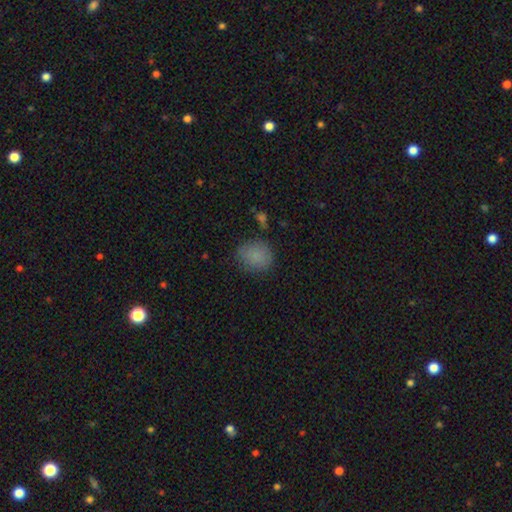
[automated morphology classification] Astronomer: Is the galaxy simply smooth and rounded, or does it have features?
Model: smooth — 84%.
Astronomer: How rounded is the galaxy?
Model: round — 72%.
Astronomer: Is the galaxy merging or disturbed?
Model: none — 76%.